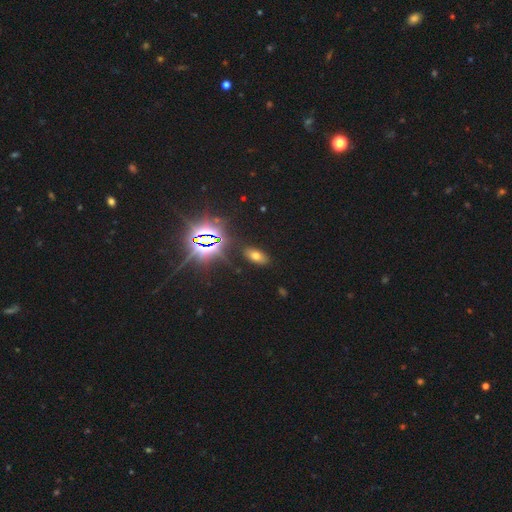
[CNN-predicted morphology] Overall: smooth (55%; star or artifact 33%). How rounded: in between (88%). Merging: none (87%).